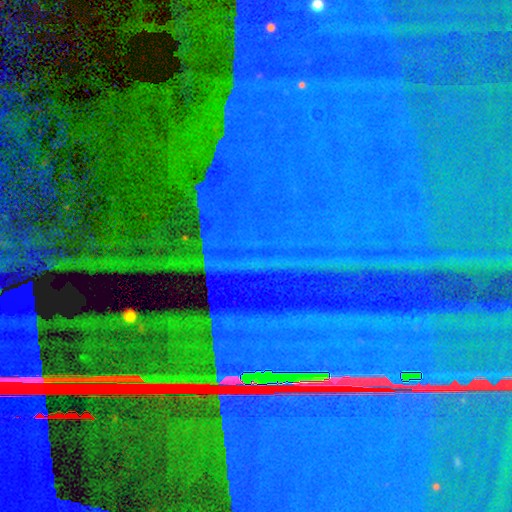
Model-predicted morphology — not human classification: Smooth or featured?
  - star or artifact: 88% *
  - featured or disk: 7%
  - smooth: 5%